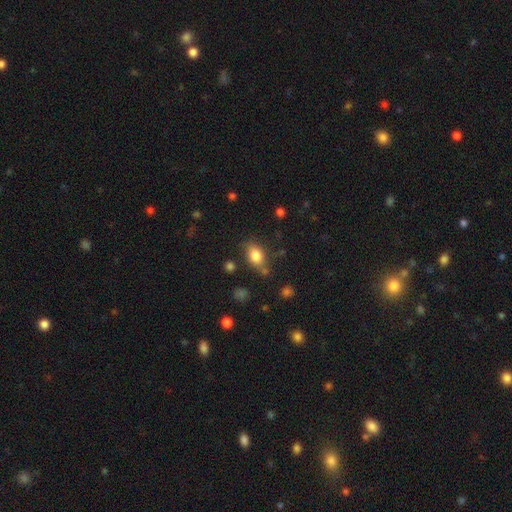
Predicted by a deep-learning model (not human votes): A smooth galaxy with no disk features (81%) that is in between round and cigar-shaped (79%).

Vote fractions:
- Smooth or featured? smooth: 81% / featured or disk: 9% / star or artifact: 9%
- How rounded? in between: 79% / round: 19% / cigar-shaped: 2%
- Merging? none: 70% / minor disturbance: 18% / merger: 6% / major disturbance: 5%